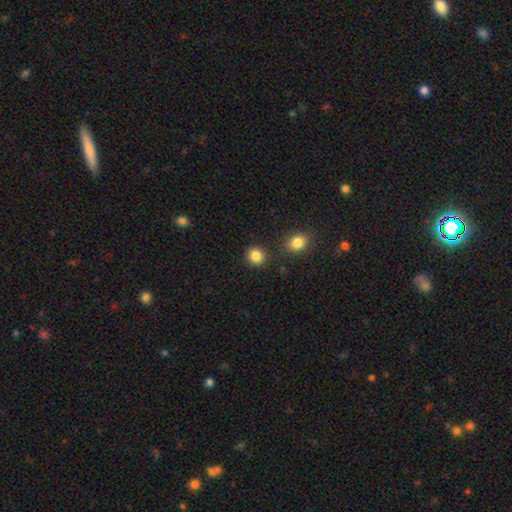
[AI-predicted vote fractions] This is clearly a smooth galaxy (86%). How rounded: clearly round (87%). Merging: clearly none (86%).